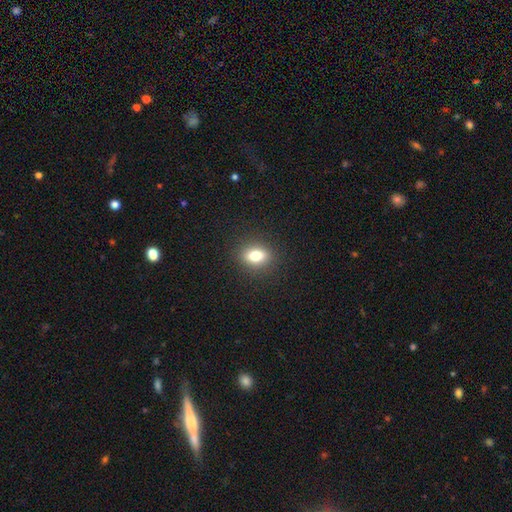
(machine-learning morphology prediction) type=smooth (77%); roundness=in between (63%); merging=none (89%).